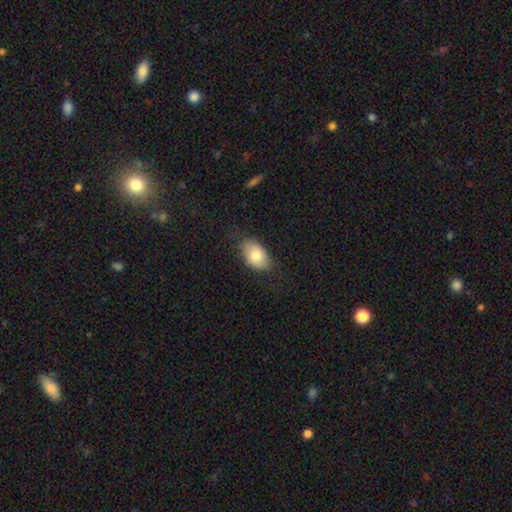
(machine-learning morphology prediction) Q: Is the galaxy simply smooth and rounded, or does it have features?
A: smooth — 78%.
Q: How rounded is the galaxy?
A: in between — 88%.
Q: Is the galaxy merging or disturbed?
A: none — 76%.